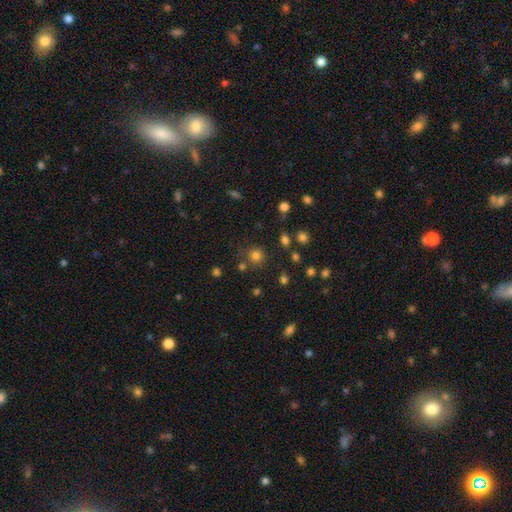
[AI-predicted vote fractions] smooth_or_featured: smooth (p=0.77) [alt: star or artifact p=0.17]
how_rounded: round (p=0.92) [alt: in between p=0.07]
merging: none (p=0.77) [alt: minor disturbance p=0.10]